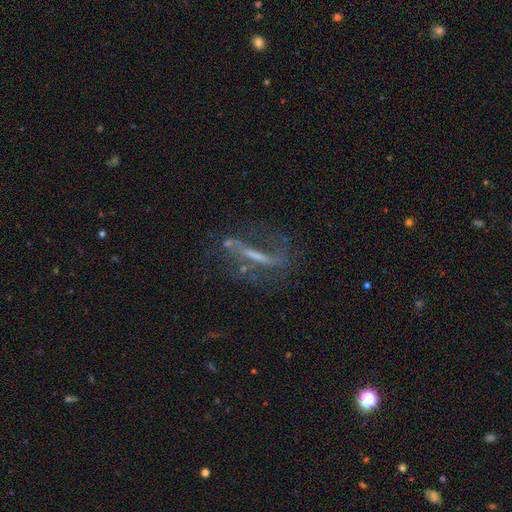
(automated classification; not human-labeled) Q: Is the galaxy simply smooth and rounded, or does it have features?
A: featured or disk — 68%.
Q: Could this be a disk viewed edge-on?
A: no — 67%.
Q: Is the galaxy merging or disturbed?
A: none — 49%.